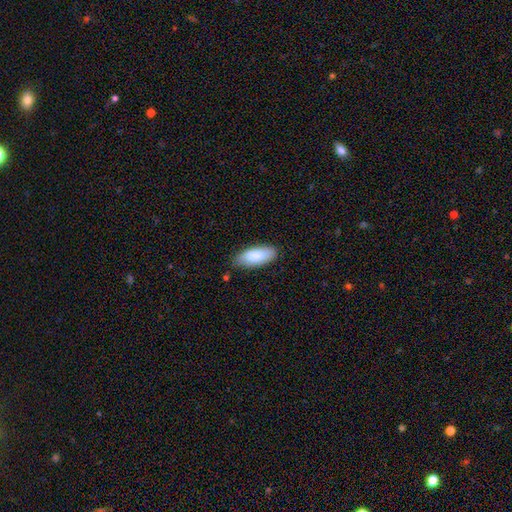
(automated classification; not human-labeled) A smooth galaxy with no disk features (84%) that is in between round and cigar-shaped (84%).

Vote fractions:
- Smooth or featured? smooth: 84% / featured or disk: 10% / star or artifact: 6%
- How rounded? in between: 84% / cigar-shaped: 14% / round: 2%
- Merging? none: 76% / minor disturbance: 19% / major disturbance: 3% / merger: 2%